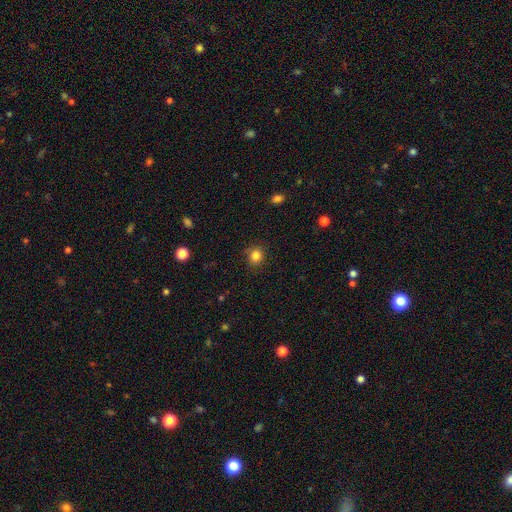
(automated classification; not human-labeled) This appears to be a smooth galaxy with no disk features (83%) that is round (84%). Merging: none (85%).